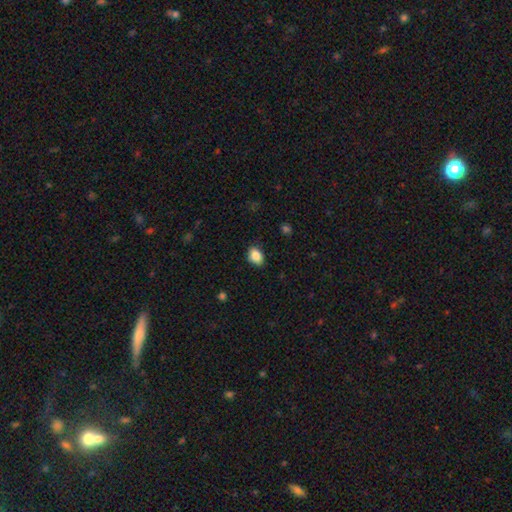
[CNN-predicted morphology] Smooth or featured: smooth — 87% (star or artifact — 8%)
How rounded: in between — 77% (round — 22%)
Merging: none — 82% (minor disturbance — 14%)